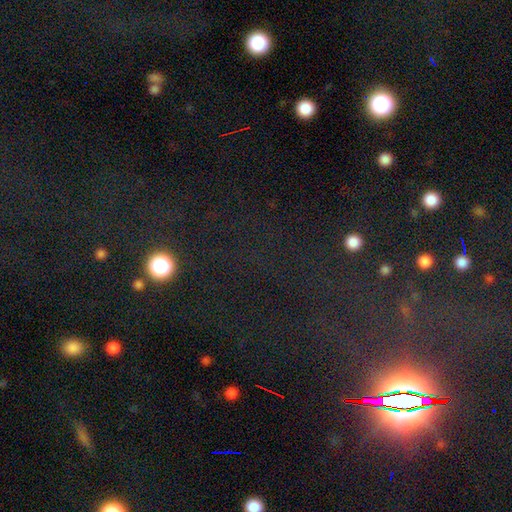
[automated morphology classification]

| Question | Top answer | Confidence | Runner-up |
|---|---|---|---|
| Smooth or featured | star or artifact | 77% | smooth (14%) |